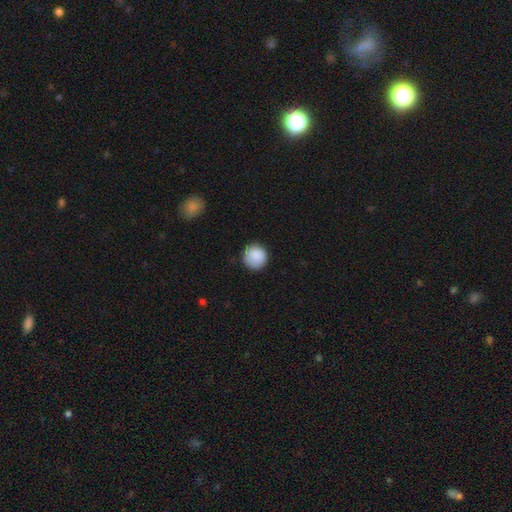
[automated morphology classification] Smooth or featured? smooth (89%)
How rounded? round (94%)
Merging? none (87%)